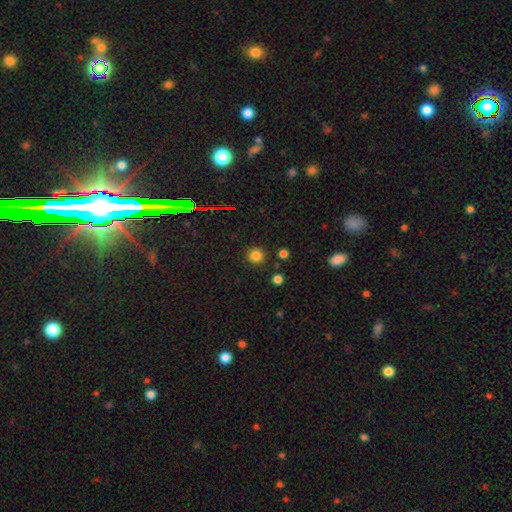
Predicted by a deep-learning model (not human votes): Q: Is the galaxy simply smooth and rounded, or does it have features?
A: smooth — 81%.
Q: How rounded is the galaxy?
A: round — 94%.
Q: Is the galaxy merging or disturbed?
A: none — 89%.